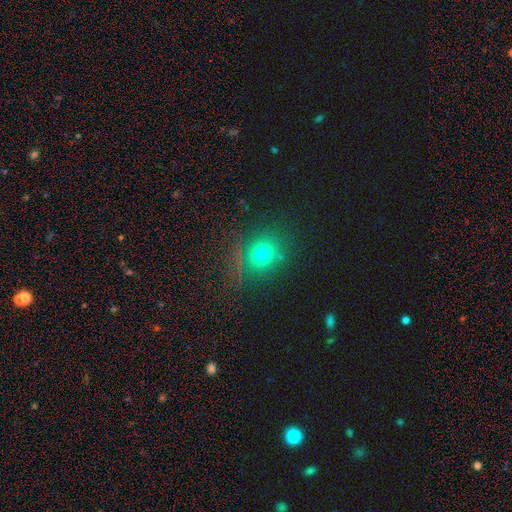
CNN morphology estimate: Smooth or featured?
  - smooth: 59% *
  - star or artifact: 31%
  - featured or disk: 11%
How rounded?
  - round: 81% *
  - in between: 18%
  - cigar-shaped: 2%
Merging?
  - none: 80% *
  - minor disturbance: 13%
  - major disturbance: 5%
  - merger: 2%